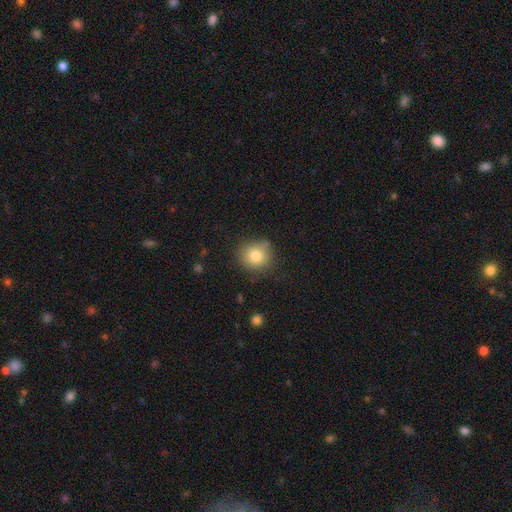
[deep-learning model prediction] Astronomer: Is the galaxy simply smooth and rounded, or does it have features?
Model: smooth — 80%.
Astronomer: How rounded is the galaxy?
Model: round — 86%.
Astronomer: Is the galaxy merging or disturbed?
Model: none — 79%.